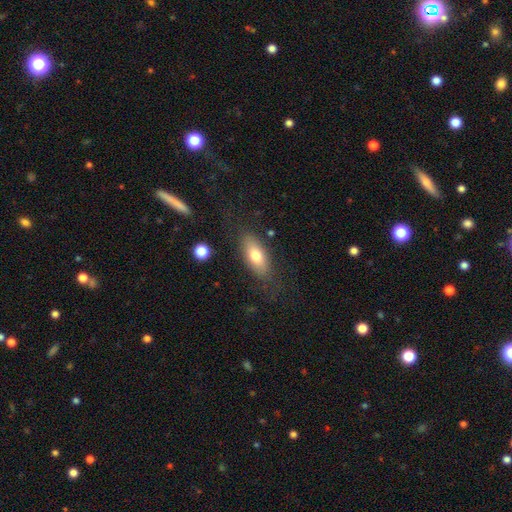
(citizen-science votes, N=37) A smooth galaxy with no disk features (73%) that is in between round and cigar-shaped (67%).

Vote fractions:
- Smooth or featured? smooth: 73% / featured or disk: 22% / star or artifact: 5%
- How rounded? in between: 67% / cigar-shaped: 22% / round: 11%
- Merging? none: 71% / minor disturbance: 17% / major disturbance: 9% / merger: 3%